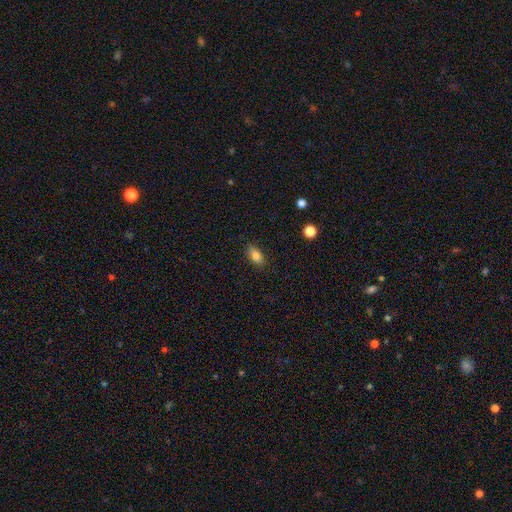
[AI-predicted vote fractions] The model was most divided on "merging": none: 86%, minor disturbance: 11%, major disturbance: 3%, merger: 1%. More confident: how rounded — in between (88%); smooth or featured — smooth (84%).